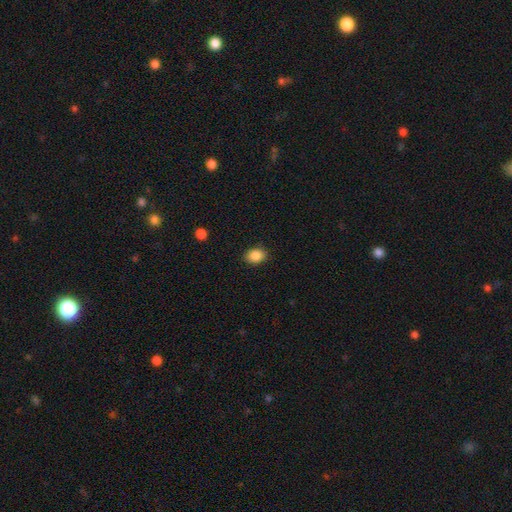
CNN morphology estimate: smooth_or_featured: smooth (p=0.87) [alt: star or artifact p=0.09]
how_rounded: in between (p=0.62) [alt: round p=0.37]
merging: none (p=0.88) [alt: minor disturbance p=0.09]